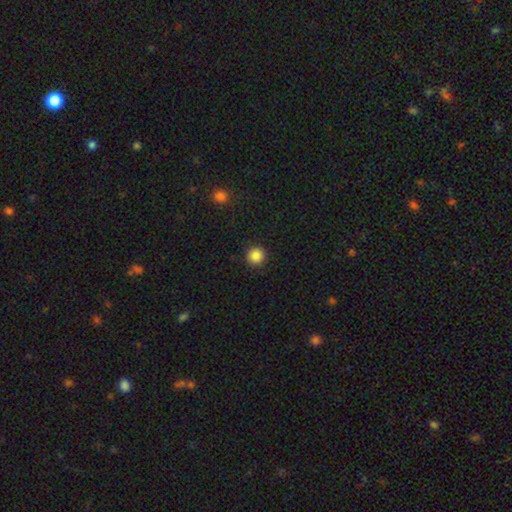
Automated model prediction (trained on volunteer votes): Smooth or featured: smooth — 86% (star or artifact — 10%)
How rounded: round — 95% (in between — 4%)
Merging: none — 92% (minor disturbance — 5%)